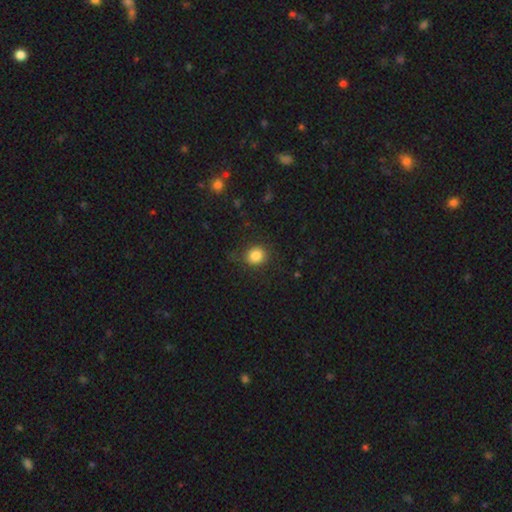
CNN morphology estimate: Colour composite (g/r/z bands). It shows a smooth galaxy with no disk features (85%) that is round (83%). Merging: none (80%).